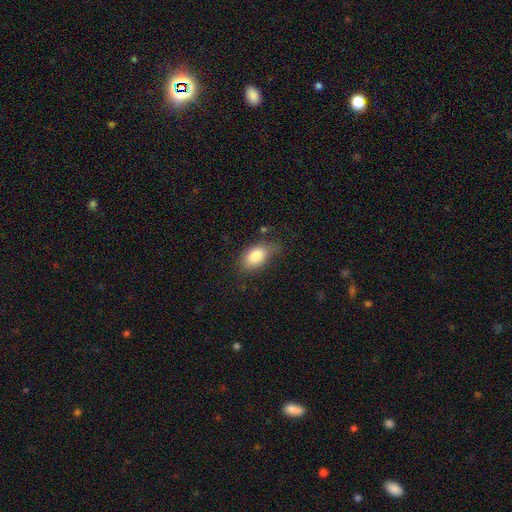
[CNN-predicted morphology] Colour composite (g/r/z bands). It shows a smooth galaxy with no disk features (84%) that is in between round and cigar-shaped (90%). Merging: none (64%).